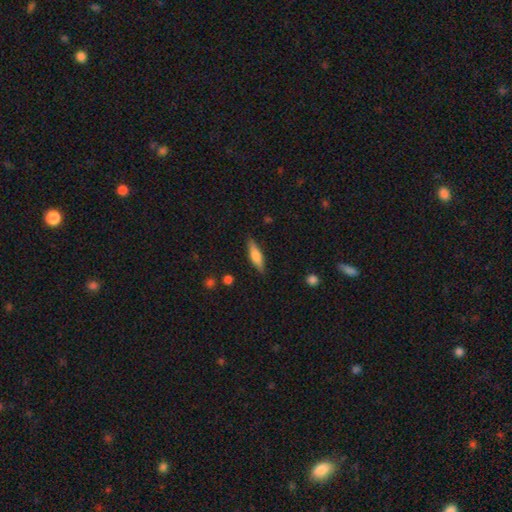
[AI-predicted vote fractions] smooth-or-featured: smooth: 62% | featured or disk: 32% | star or artifact: 6%
  how-rounded: cigar-shaped: 66% | in between: 32% | round: 2%
  merging: none: 86% | minor disturbance: 10% | major disturbance: 2% | merger: 1%